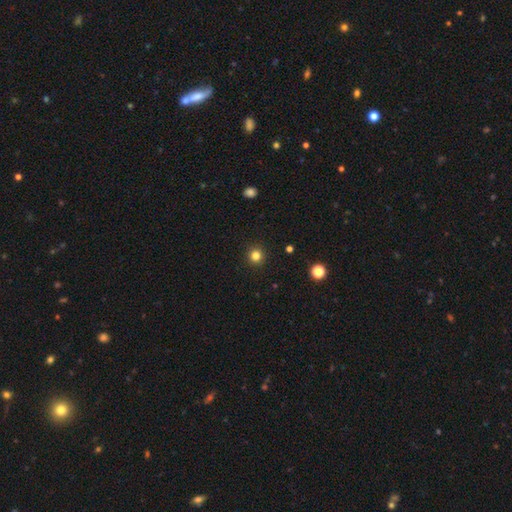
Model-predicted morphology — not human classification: Smooth or featured: smooth — 82% (star or artifact — 13%)
How rounded: round — 95% (in between — 4%)
Merging: none — 93% (minor disturbance — 4%)